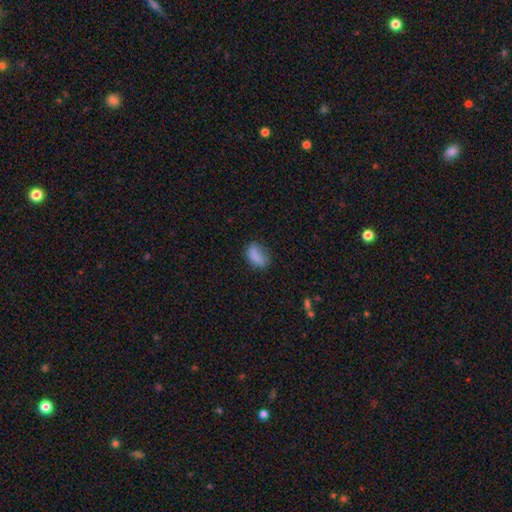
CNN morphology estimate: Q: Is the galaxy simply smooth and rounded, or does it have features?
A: smooth — 82%.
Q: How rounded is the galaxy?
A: in between — 84%.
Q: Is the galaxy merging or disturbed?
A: none — 64%.